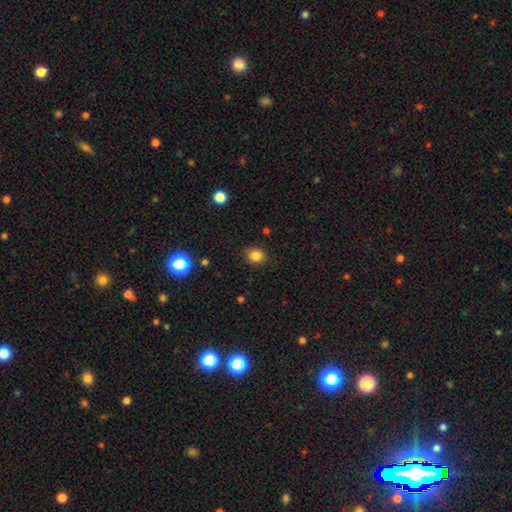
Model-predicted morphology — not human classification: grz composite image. It shows a smooth galaxy with no disk features (83%) that is round (71%). Merging: none (89%).